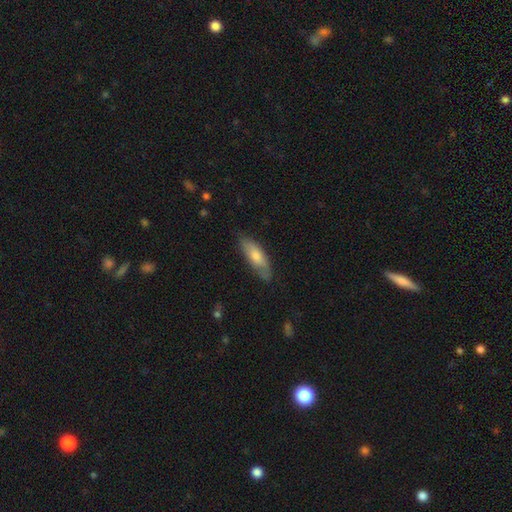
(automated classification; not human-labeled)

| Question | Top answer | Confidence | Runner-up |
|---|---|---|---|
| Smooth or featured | smooth | 66% | featured or disk (28%) |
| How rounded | in between | 56% | cigar-shaped (42%) |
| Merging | none | 74% | minor disturbance (21%) |